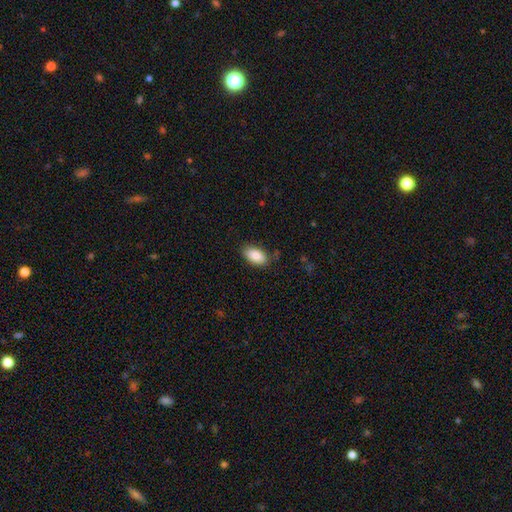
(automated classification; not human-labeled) Smooth or featured: smooth — 87% (star or artifact — 7%)
How rounded: in between — 93% (round — 4%)
Merging: none — 81% (minor disturbance — 14%)